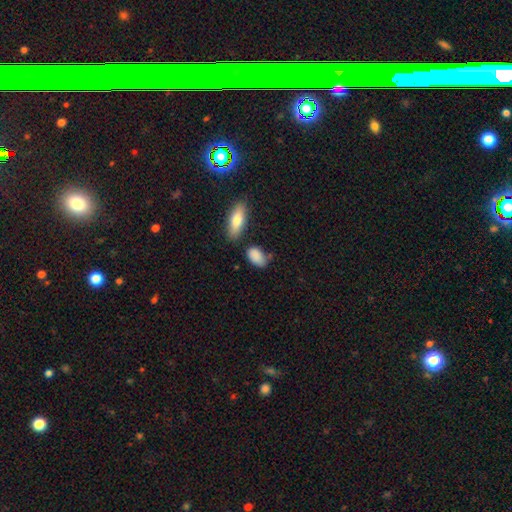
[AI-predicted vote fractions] smooth 87%, star or artifact 7%, featured or disk 6%. Down the decision tree: how rounded — in between (90%); merging — none (62%).